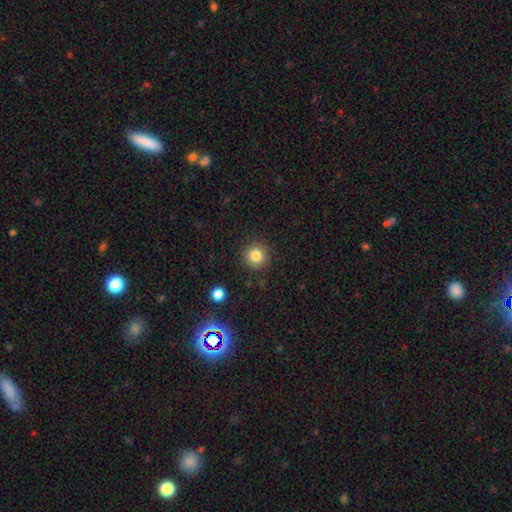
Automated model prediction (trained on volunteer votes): smooth-or-featured: smooth: 82% | star or artifact: 12% | featured or disk: 6%
  how-rounded: round: 93% | in between: 6% | cigar-shaped: 1%
  merging: none: 89% | minor disturbance: 7% | major disturbance: 2% | merger: 1%